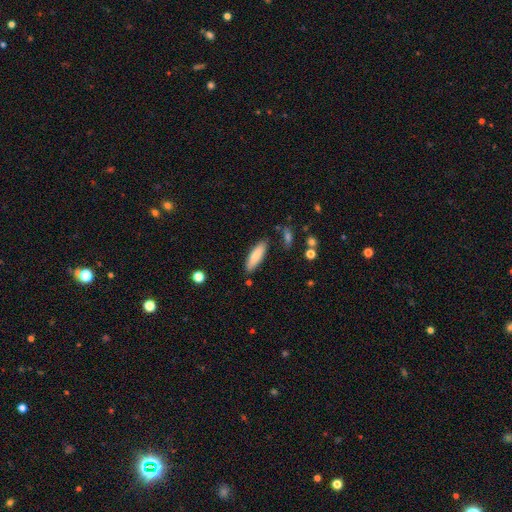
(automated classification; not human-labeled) Smooth or featured?
  - smooth: 81% *
  - featured or disk: 13%
  - star or artifact: 6%
How rounded?
  - cigar-shaped: 57% *
  - in between: 42%
  - round: 2%
Merging?
  - none: 84% *
  - minor disturbance: 11%
  - merger: 3%
  - major disturbance: 2%